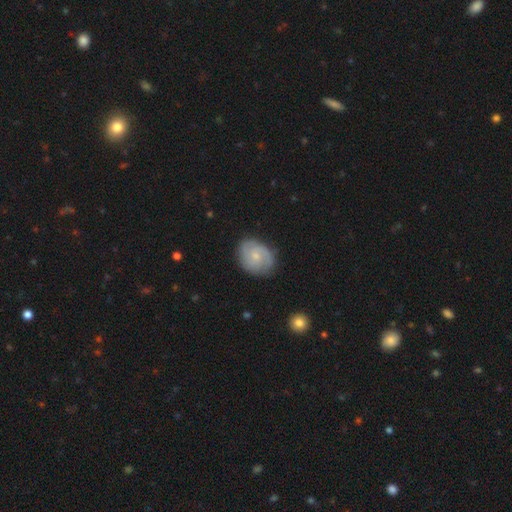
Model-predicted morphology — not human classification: featured or disk 69%, smooth 25%, star or artifact 6%. Down the decision tree: edge-on disk — no (98%); bar — no (64%); spiral arms — yes (93%); spiral arm count — 2 (58%); spiral winding — tight (48%); bulge size — small (65%); merging — none (79%).